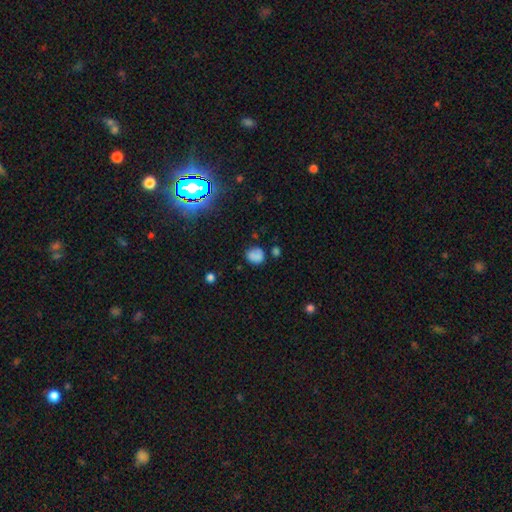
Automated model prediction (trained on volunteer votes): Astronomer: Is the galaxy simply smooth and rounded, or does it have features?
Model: smooth — 75%.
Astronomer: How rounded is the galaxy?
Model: round — 65%.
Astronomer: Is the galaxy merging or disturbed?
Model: none — 62%.